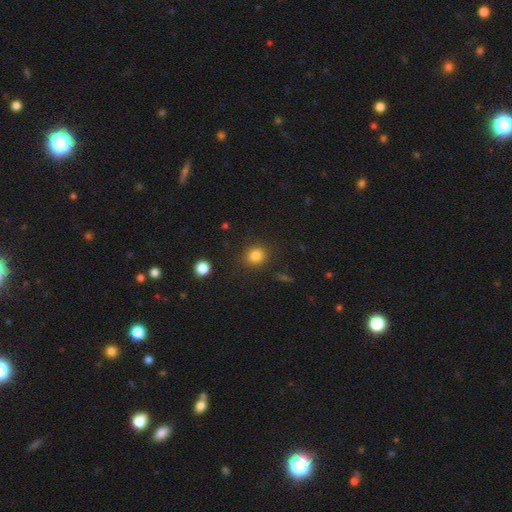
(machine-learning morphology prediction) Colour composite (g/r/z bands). It shows a smooth galaxy with no disk features (83%) that is round (84%). Merging: none (87%).